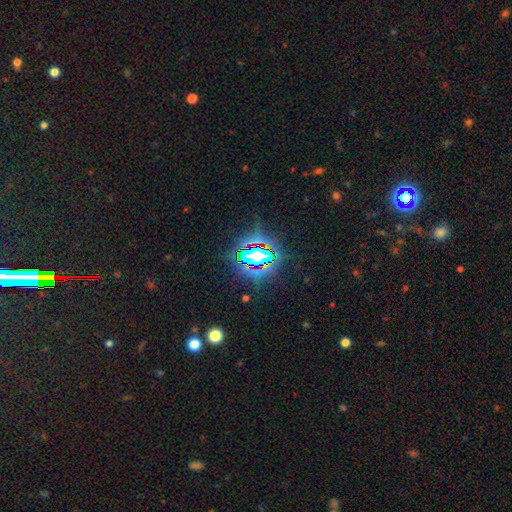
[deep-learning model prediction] smooth-or-featured: star or artifact: 75% | smooth: 14% | featured or disk: 11%